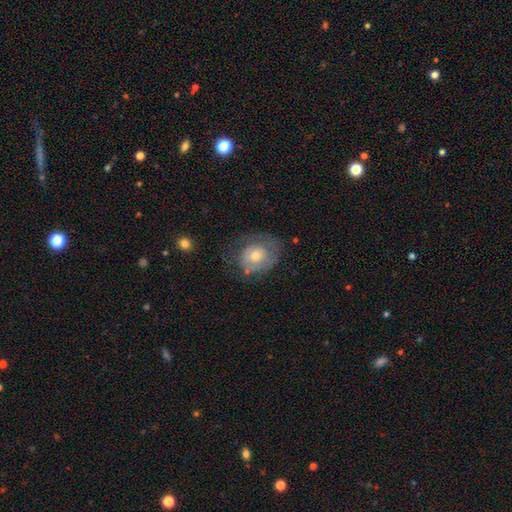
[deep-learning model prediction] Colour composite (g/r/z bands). It shows a featured or disk galaxy (50%). Merging: none (55%).